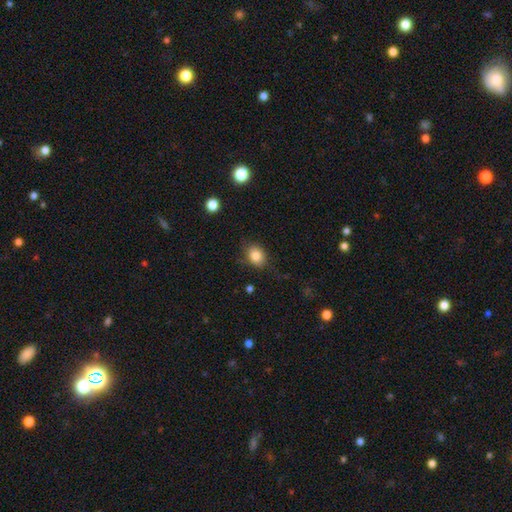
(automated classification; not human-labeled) smooth 84%, star or artifact 9%, featured or disk 7%. Down the decision tree: how rounded — in between (54%); merging — none (76%).